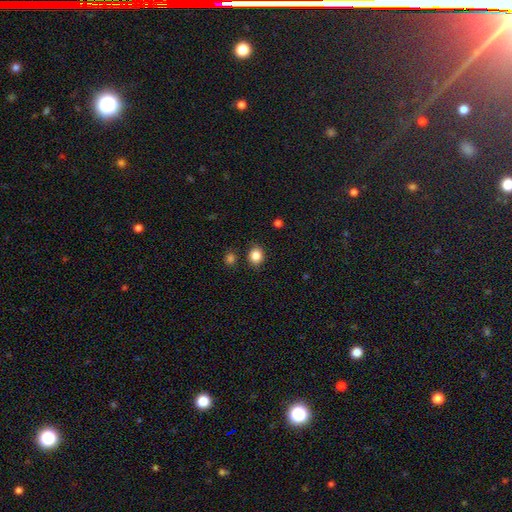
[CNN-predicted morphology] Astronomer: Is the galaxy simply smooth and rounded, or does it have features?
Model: smooth — 86%.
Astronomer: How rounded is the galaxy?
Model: round — 69%.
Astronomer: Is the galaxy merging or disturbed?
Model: none — 85%.